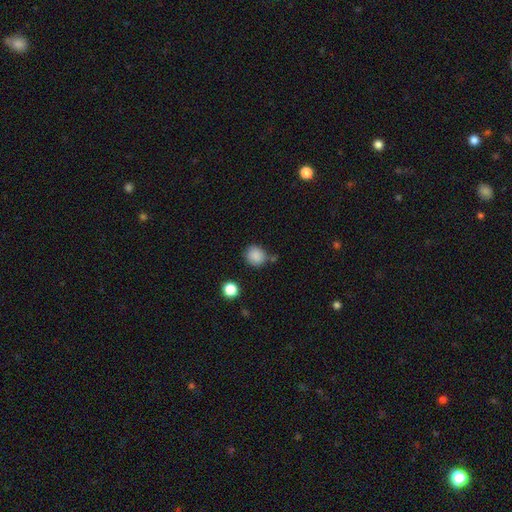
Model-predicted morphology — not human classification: The model was most divided on "merging": none: 74%, minor disturbance: 15%, merger: 7%, major disturbance: 4%. More confident: smooth or featured — smooth (87%); how rounded — round (82%).